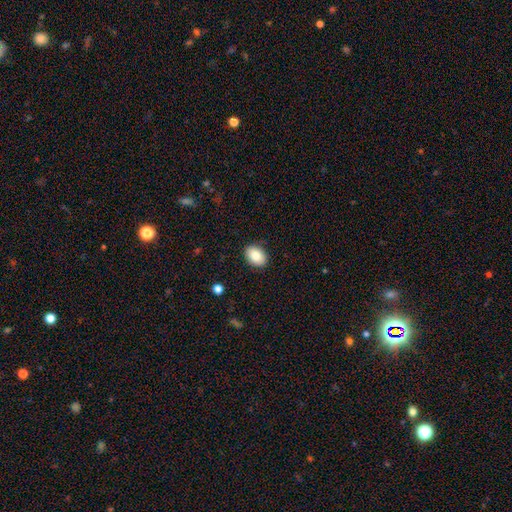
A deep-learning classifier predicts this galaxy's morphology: smooth_or_featured: smooth (p=0.84) [alt: featured or disk p=0.08]
how_rounded: in between (p=0.80) [alt: round p=0.19]
merging: none (p=0.88) [alt: minor disturbance p=0.09]